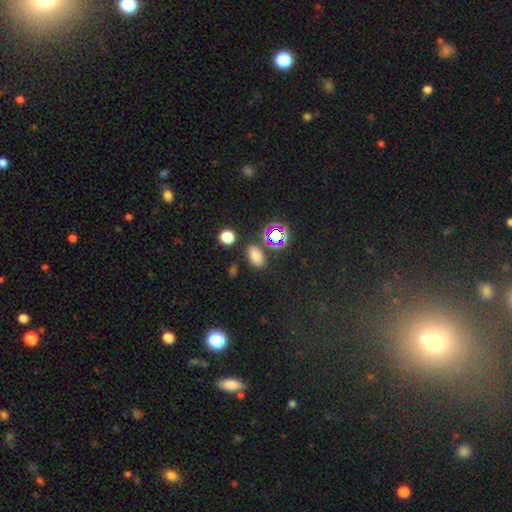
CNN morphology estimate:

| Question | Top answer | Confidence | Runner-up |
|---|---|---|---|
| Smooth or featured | smooth | 71% | star or artifact (22%) |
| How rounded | in between | 87% | round (11%) |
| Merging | none | 80% | minor disturbance (10%) |